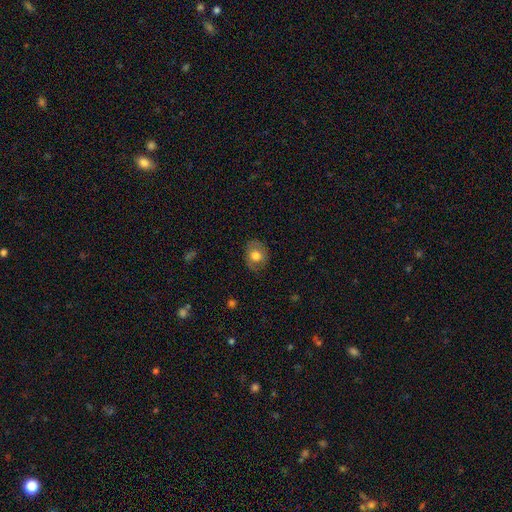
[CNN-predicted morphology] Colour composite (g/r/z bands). It shows a smooth galaxy with no disk features (69%) that is round (61%). Merging: none (79%).